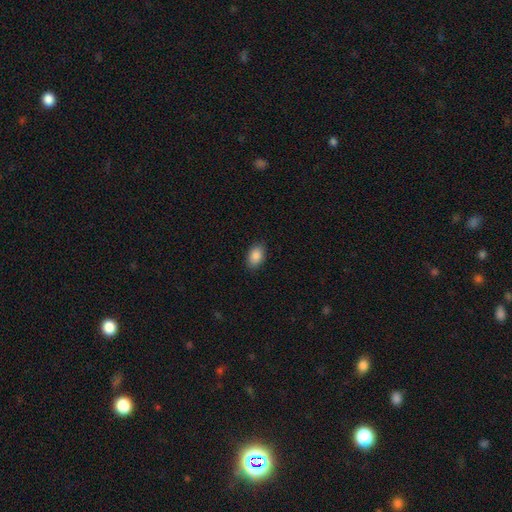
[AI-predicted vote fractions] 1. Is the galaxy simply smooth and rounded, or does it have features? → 88% smooth, 7% star or artifact, 4% featured or disk.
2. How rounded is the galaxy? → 89% in between, 9% round, 1% cigar-shaped.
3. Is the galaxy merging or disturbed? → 88% none, 9% minor disturbance, 2% major disturbance, 1% merger.